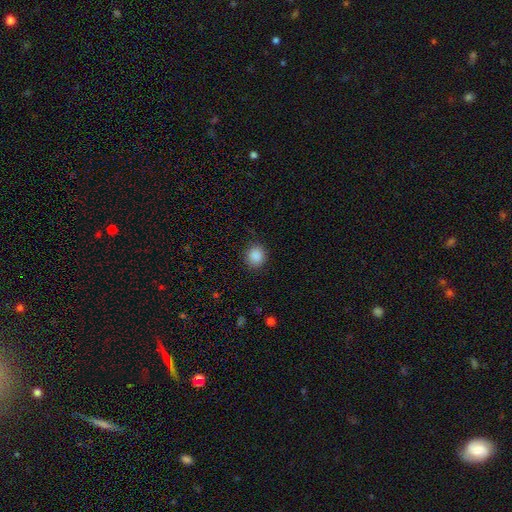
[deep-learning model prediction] smooth-or-featured: smooth: 88% | star or artifact: 9% | featured or disk: 3%
  how-rounded: round: 79% | in between: 21% | cigar-shaped: 1%
  merging: none: 87% | minor disturbance: 9% | major disturbance: 3% | merger: 1%